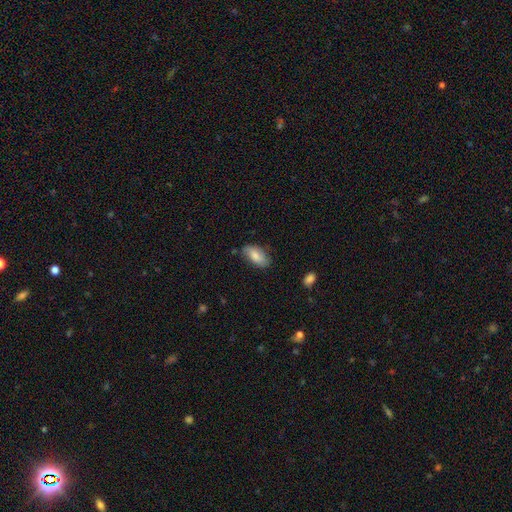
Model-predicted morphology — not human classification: This is clearly a smooth galaxy (80%). How rounded: clearly in between (92%). Merging: likely none (72%).